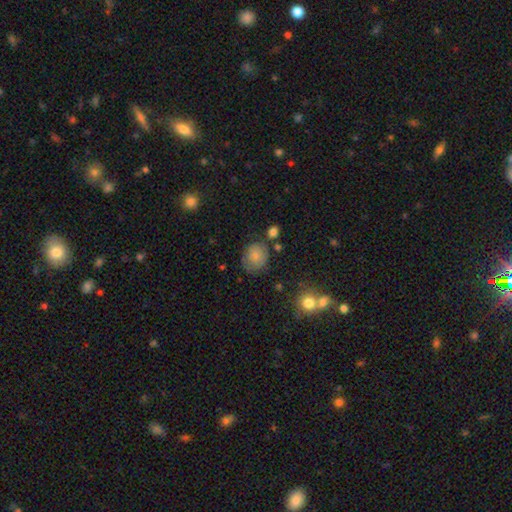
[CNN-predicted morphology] Q: Smooth or featured?
A: smooth (80%); runner-up: featured or disk (11%)
Q: How rounded?
A: round (74%); runner-up: in between (25%)
Q: Merging?
A: none (69%); runner-up: minor disturbance (20%)